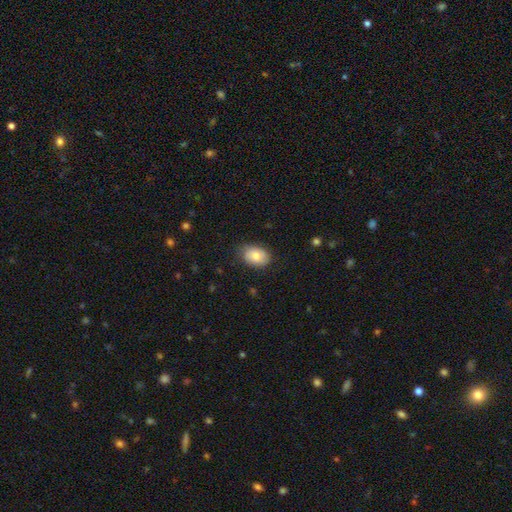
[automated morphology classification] Q: Smooth or featured?
A: smooth (80%); runner-up: featured or disk (13%)
Q: How rounded?
A: in between (81%); runner-up: round (18%)
Q: Merging?
A: none (79%); runner-up: minor disturbance (17%)